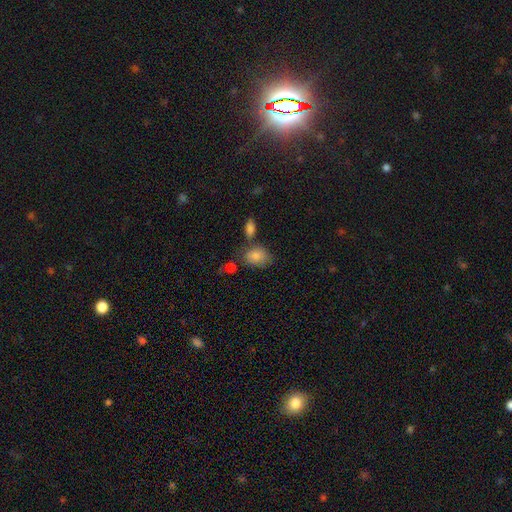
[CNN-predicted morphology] A smooth galaxy with no disk features (82%) that is in between round and cigar-shaped (66%).

Vote fractions:
- Smooth or featured? smooth: 82% / featured or disk: 9% / star or artifact: 9%
- How rounded? in between: 66% / round: 32% / cigar-shaped: 1%
- Merging? none: 53% / minor disturbance: 22% / merger: 18% / major disturbance: 8%